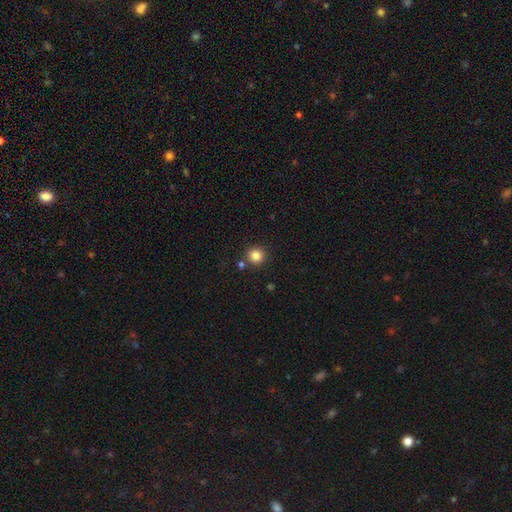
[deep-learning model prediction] Smooth or featured? smooth (84%)
How rounded? round (94%)
Merging? none (85%)